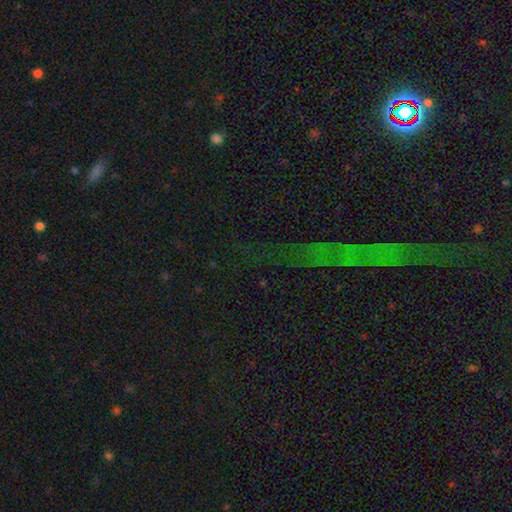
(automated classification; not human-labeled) smooth-or-featured: star or artifact: 81% | smooth: 10% | featured or disk: 9%